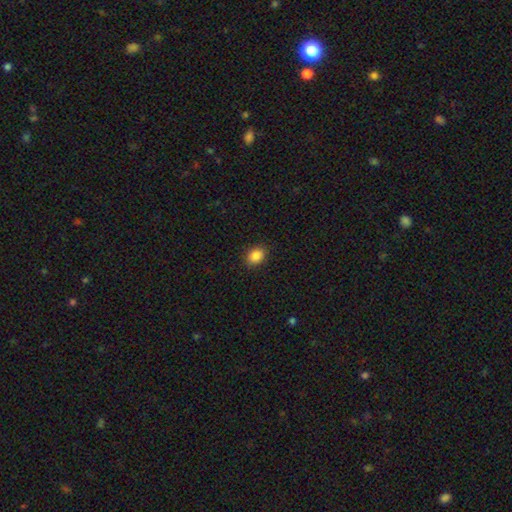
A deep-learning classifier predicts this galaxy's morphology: This is clearly a smooth galaxy (87%). How rounded: likely in between (64%). Merging: clearly none (89%).